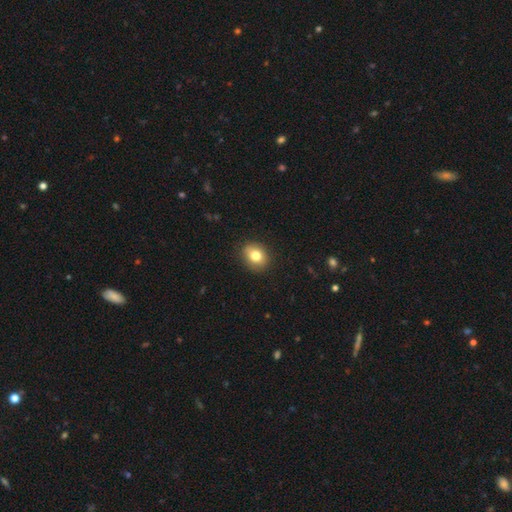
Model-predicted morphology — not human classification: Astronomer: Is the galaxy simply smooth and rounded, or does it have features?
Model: smooth — 79%.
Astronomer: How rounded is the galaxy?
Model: round — 56% (runner-up: in between, 43%).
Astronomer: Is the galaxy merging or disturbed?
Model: none — 89%.